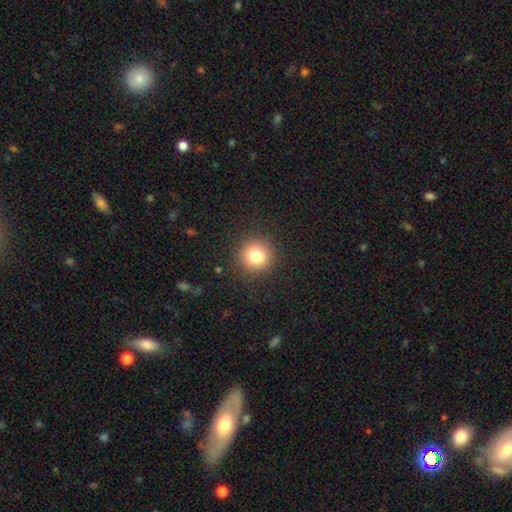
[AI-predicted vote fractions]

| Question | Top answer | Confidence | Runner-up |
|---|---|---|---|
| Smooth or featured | smooth | 80% | star or artifact (12%) |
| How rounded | round | 93% | in between (6%) |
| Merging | none | 90% | minor disturbance (6%) |